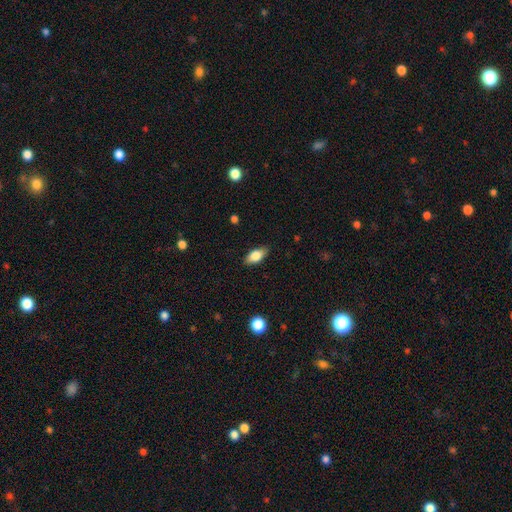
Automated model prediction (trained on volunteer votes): This appears to be a smooth galaxy with no disk features (74%) that is in between round and cigar-shaped (86%). Merging: none (86%).